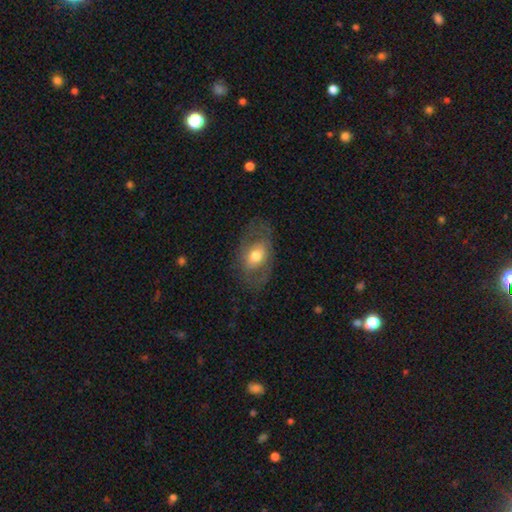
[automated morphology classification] This is possibly a smooth galaxy (49%). Merging: likely none (69%).